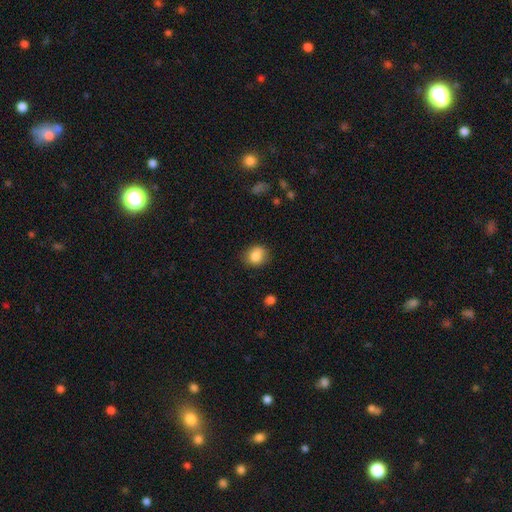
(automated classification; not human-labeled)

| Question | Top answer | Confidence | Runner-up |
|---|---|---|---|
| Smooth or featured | smooth | 82% | star or artifact (9%) |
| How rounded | round | 70% | in between (29%) |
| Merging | none | 75% | minor disturbance (18%) |